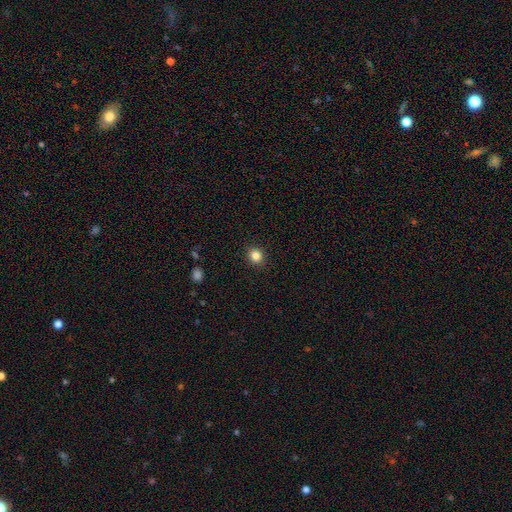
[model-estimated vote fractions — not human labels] Smooth or featured? Predicted: smooth (p=0.83). How rounded? Predicted: round (p=0.84). Merging? Predicted: none (p=0.92).